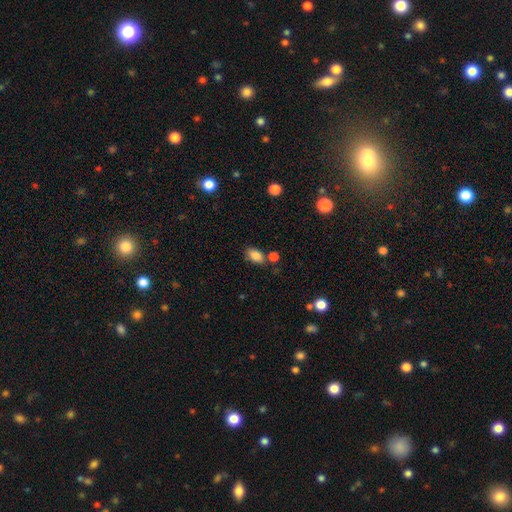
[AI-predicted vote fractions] Smooth or featured? smooth (85%)
How rounded? in between (89%)
Merging? none (67%)